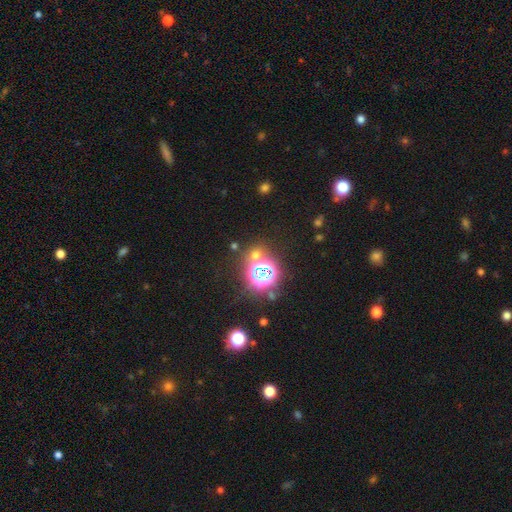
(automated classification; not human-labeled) Overall: star or artifact (61%; smooth 31%).